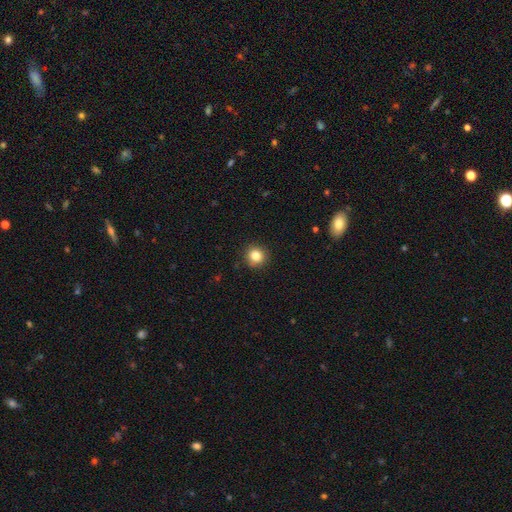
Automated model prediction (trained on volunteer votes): This appears to be a smooth galaxy with no disk features (83%) that is round (91%). Merging: none (90%).